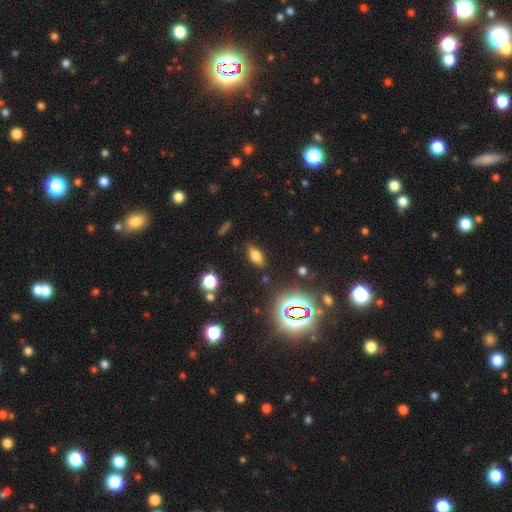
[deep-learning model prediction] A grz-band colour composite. It shows a smooth galaxy with no disk features (69%) that is in between round and cigar-shaped (83%). Merging: none (83%).